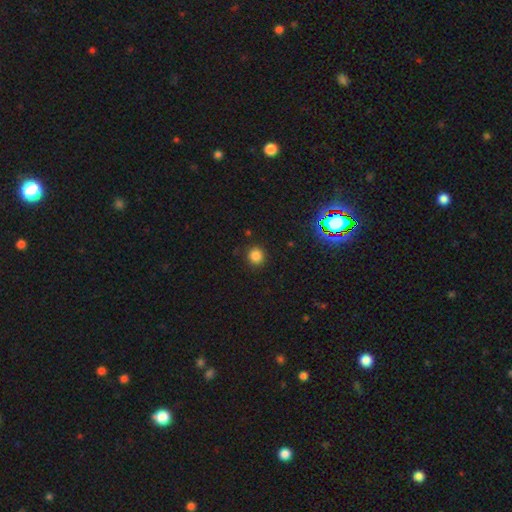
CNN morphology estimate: smooth_or_featured: smooth (p=0.82) [alt: star or artifact p=0.14]
how_rounded: round (p=0.91) [alt: in between p=0.08]
merging: none (p=0.89) [alt: minor disturbance p=0.07]